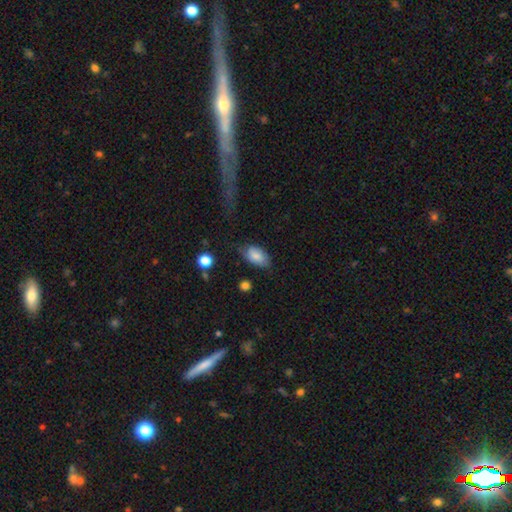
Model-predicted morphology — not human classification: A smooth galaxy with no disk features (77%) that is in between round and cigar-shaped (92%). Merging: none (58%).